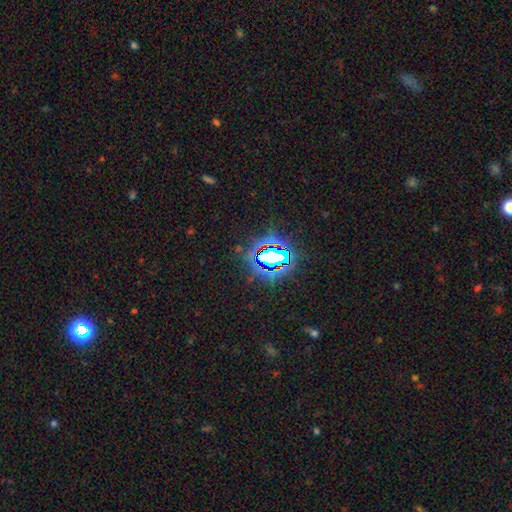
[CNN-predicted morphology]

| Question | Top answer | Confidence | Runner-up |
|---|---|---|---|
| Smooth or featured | star or artifact | 79% | smooth (13%) |